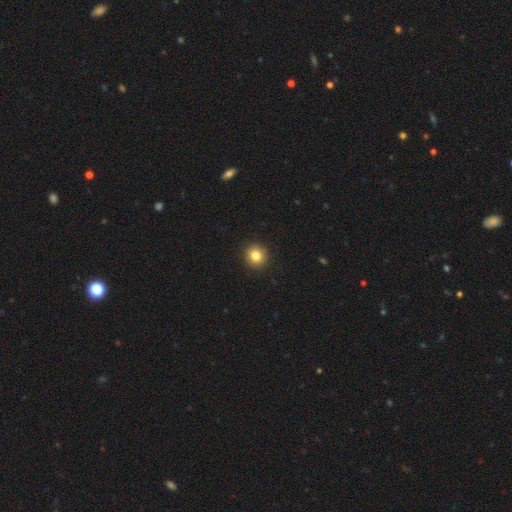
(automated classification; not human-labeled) The model was most divided on "smooth or featured": smooth: 83%, star or artifact: 11%, featured or disk: 6%. More confident: merging — none (93%); how rounded — round (92%).